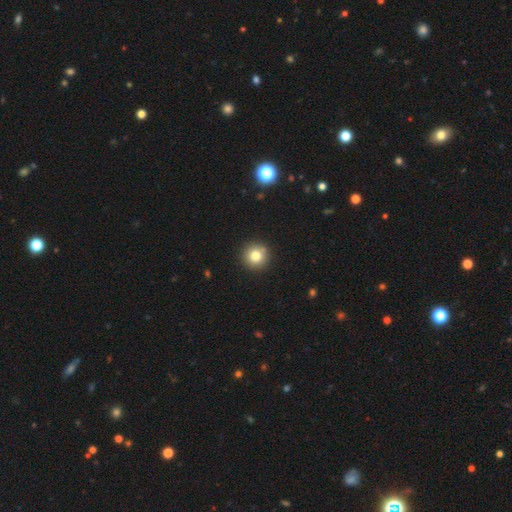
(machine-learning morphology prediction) Smooth or featured?
  - smooth: 80% *
  - star or artifact: 11%
  - featured or disk: 9%
How rounded?
  - round: 95% *
  - in between: 4%
  - cigar-shaped: 1%
Merging?
  - none: 90% *
  - minor disturbance: 6%
  - major disturbance: 2%
  - merger: 2%